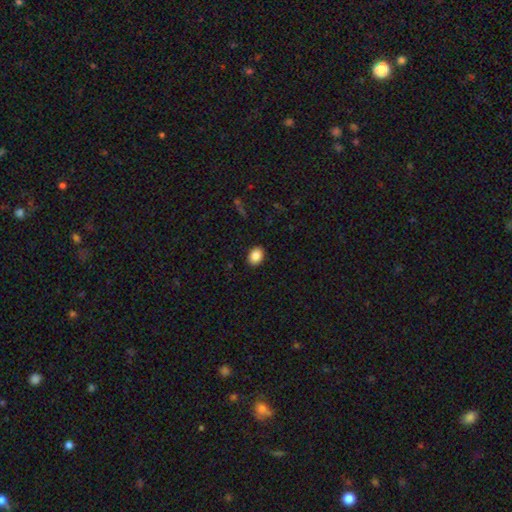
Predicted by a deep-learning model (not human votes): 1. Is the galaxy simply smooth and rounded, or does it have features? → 87% smooth, 8% star or artifact, 4% featured or disk.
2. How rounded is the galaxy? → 66% in between, 33% round, 1% cigar-shaped.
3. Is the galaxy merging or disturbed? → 90% none, 7% minor disturbance, 2% major disturbance, 1% merger.